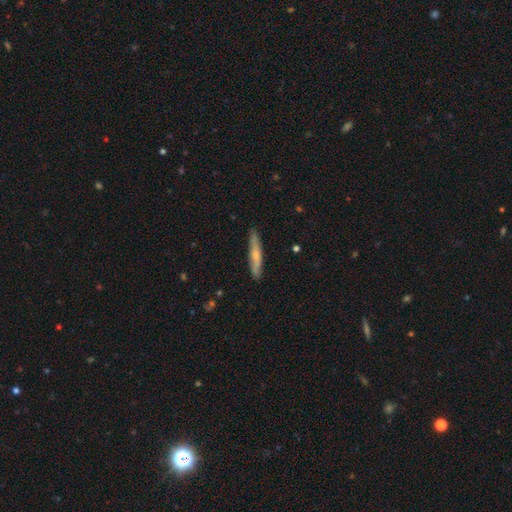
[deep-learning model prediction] A smooth galaxy with no disk features (49%).

Vote fractions:
- Smooth or featured? smooth: 49% / featured or disk: 45% / star or artifact: 6%
- Merging? none: 86% / minor disturbance: 11% / major disturbance: 2% / merger: 1%